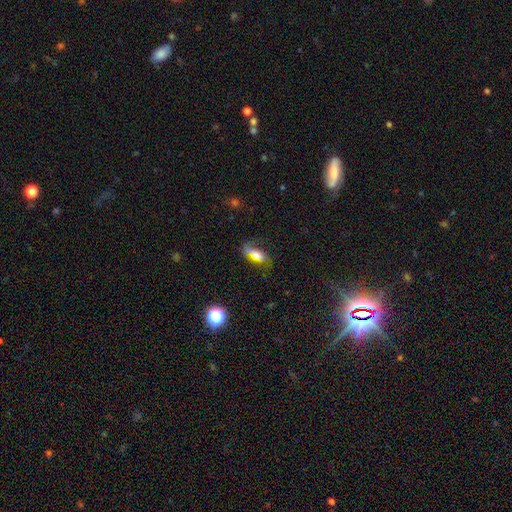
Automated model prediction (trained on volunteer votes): Smooth or featured? smooth (55%)
How rounded? in between (65%)
Merging? none (57%)